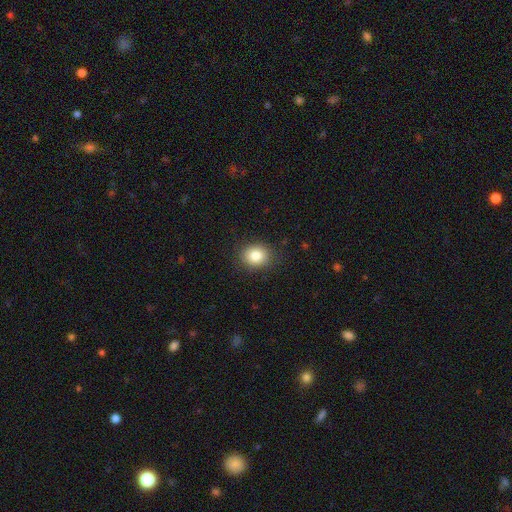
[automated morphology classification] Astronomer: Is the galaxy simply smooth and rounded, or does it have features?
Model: smooth — 83%.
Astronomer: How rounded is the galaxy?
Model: round — 65%.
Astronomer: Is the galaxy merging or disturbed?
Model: none — 87%.